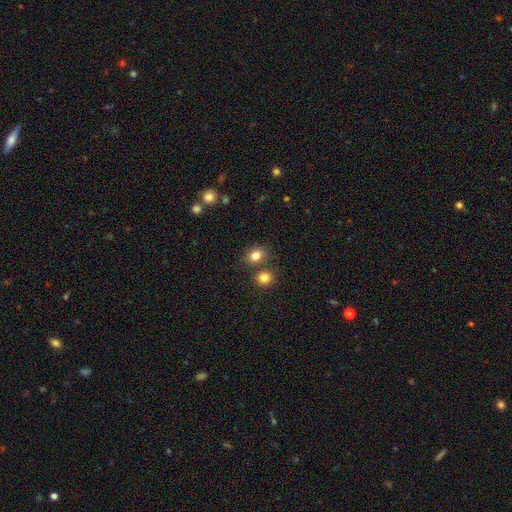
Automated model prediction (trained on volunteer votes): The model was most divided on "how rounded": in between: 51%, round: 48%, cigar-shaped: 1%. More confident: smooth or featured — smooth (82%); merging — none (66%).